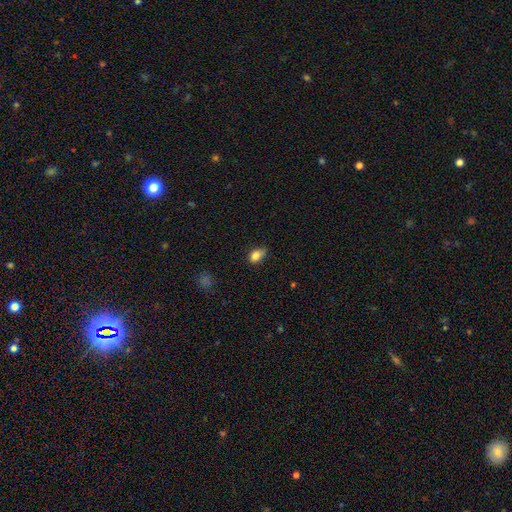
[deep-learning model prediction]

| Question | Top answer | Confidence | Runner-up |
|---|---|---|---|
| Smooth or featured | smooth | 83% | star or artifact (10%) |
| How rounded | in between | 76% | round (22%) |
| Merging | none | 54% | minor disturbance (37%) |